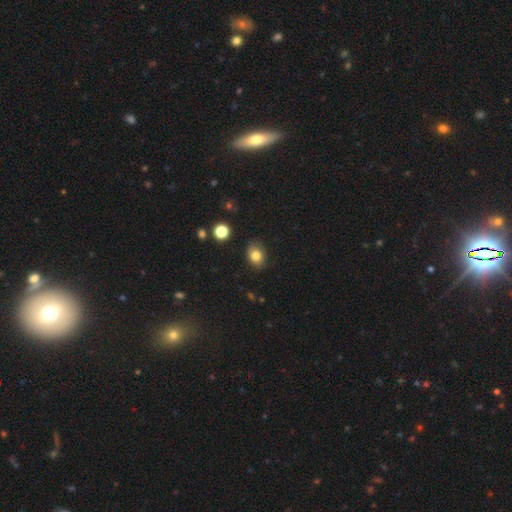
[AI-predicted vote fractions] Morphology: type=smooth (81%); roundness=in between (62%); merging=none (82%).